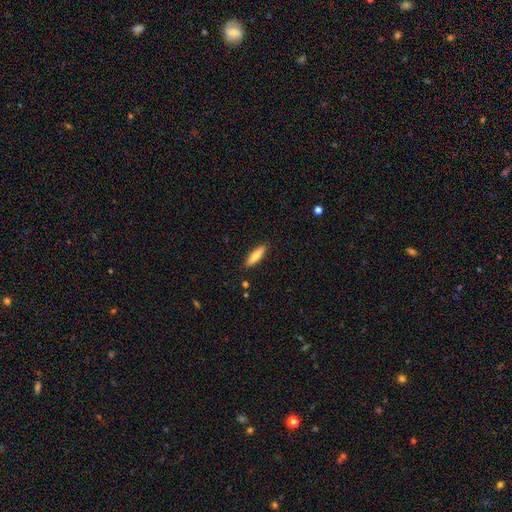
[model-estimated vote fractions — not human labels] This is likely a smooth galaxy (75%). How rounded: likely cigar-shaped (68%). Merging: clearly none (89%).